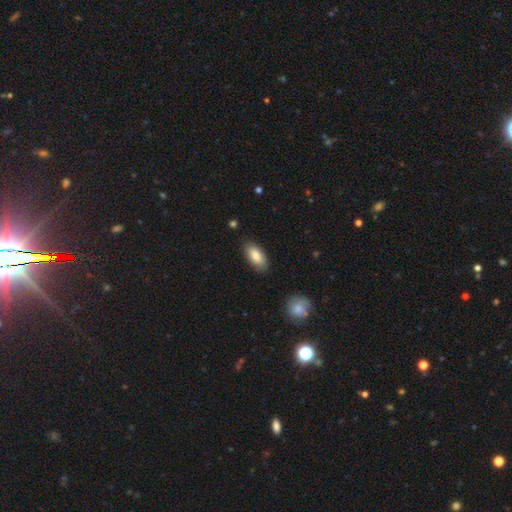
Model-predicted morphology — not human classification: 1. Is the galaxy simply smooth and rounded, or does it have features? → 84% smooth, 9% featured or disk, 6% star or artifact.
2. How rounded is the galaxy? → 89% in between, 9% cigar-shaped, 2% round.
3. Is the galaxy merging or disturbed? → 85% none, 11% minor disturbance, 2% major disturbance, 2% merger.